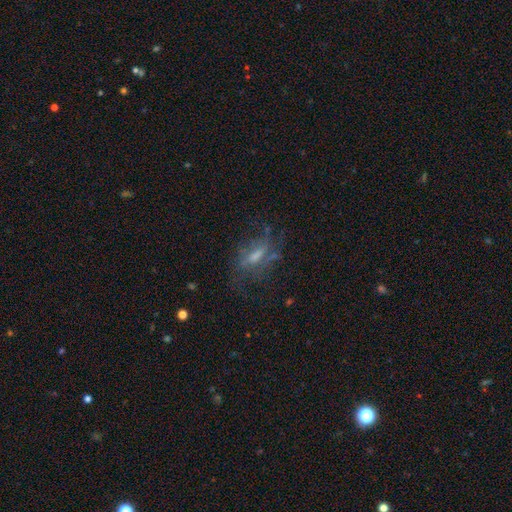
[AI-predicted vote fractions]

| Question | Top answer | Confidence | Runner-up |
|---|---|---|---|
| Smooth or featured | featured or disk | 54% | smooth (29%) |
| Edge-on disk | no | 80% | yes (20%) |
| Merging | none | 57% | major disturbance (21%) |